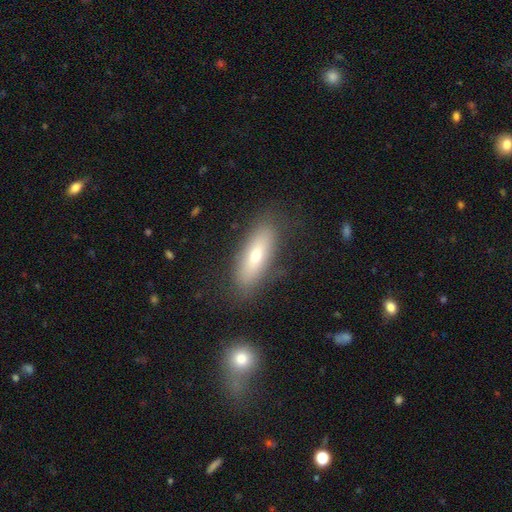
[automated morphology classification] This is likely a smooth galaxy (63%). How rounded: likely in between (61%). Merging: likely none (79%).